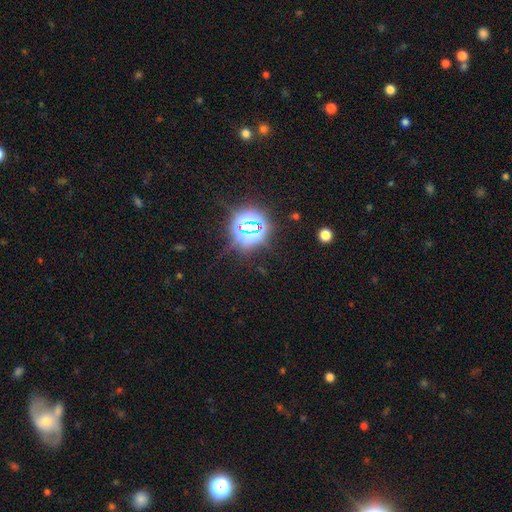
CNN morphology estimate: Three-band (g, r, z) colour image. It shows a star or artifact, not a galaxy (82%).